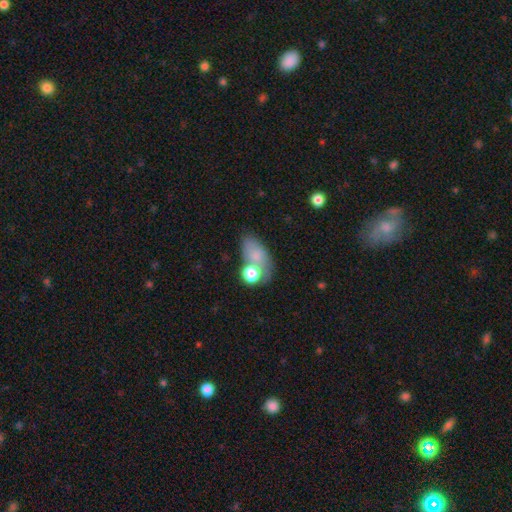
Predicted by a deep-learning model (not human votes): Smooth or featured? Predicted: smooth (p=0.72). How rounded? Predicted: in between (p=0.79). Merging? Predicted: none (p=0.43).